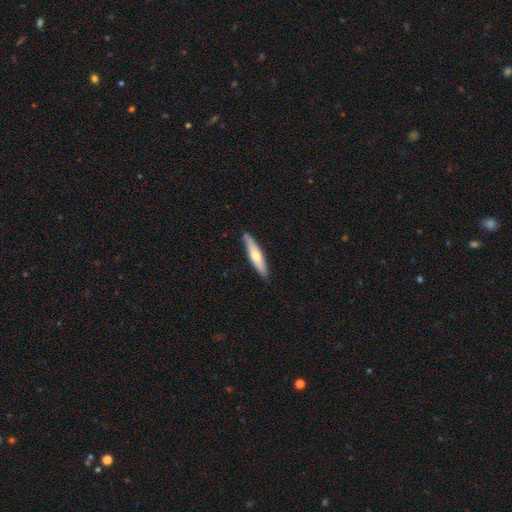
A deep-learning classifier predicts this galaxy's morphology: Q: Smooth or featured?
A: smooth (54%); runner-up: featured or disk (41%)
Q: How rounded?
A: cigar-shaped (84%); runner-up: in between (15%)
Q: Merging?
A: none (87%); runner-up: minor disturbance (10%)